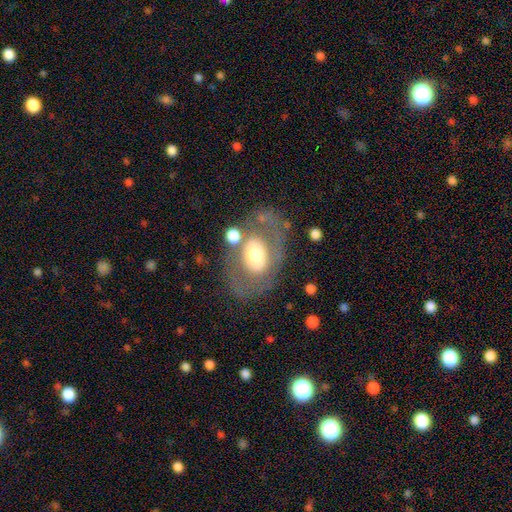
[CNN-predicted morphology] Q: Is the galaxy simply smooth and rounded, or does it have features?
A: featured or disk — 53%.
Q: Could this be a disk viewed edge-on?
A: no — 92%.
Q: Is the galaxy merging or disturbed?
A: none — 67%.